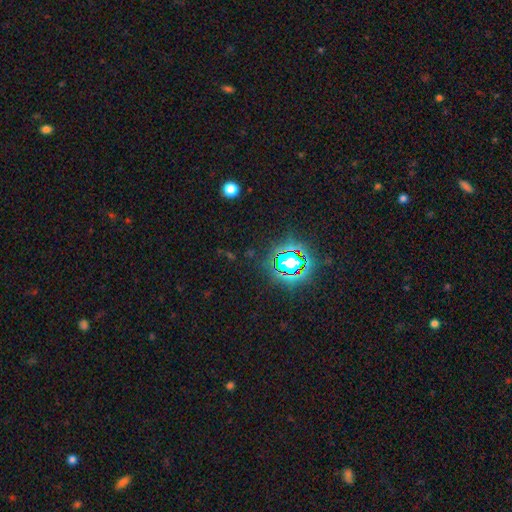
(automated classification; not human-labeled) star or artifact 81%, smooth 12%, featured or disk 7%.